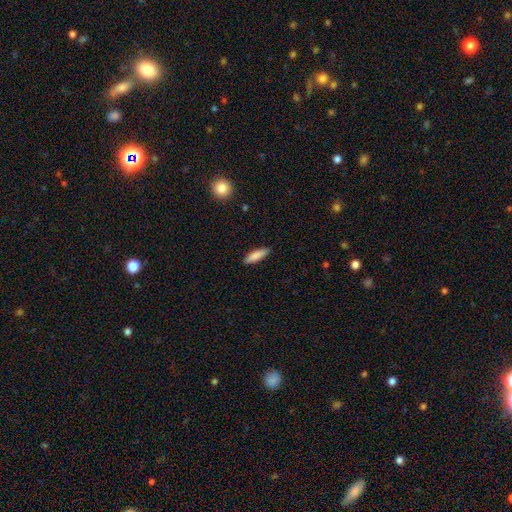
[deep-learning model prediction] smooth-or-featured: smooth: 84% | featured or disk: 10% | star or artifact: 6%
  how-rounded: cigar-shaped: 63% | in between: 36% | round: 2%
  merging: none: 88% | minor disturbance: 9% | major disturbance: 2% | merger: 1%